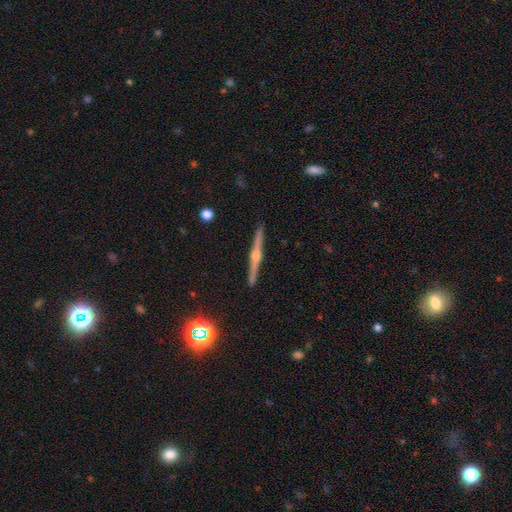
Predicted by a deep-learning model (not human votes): A featured or disk galaxy (77%) viewed edge-on (98%) with a rounded central bulge (89%). Merging: none (91%).